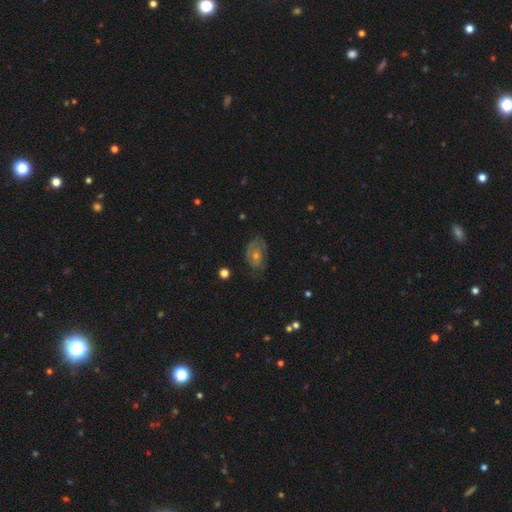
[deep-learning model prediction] Morphology: type=featured or disk (53%); edge-on=no (94%); merging=none (63%).